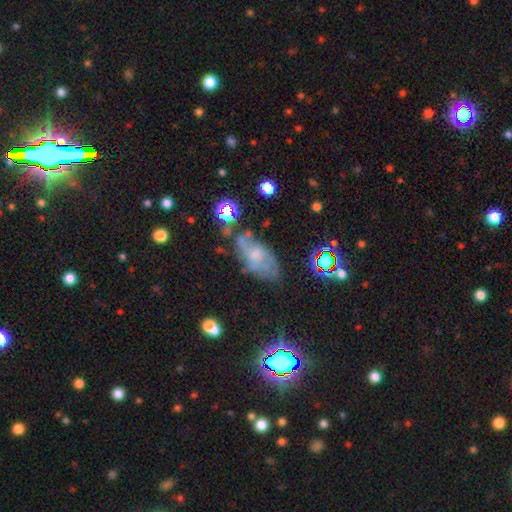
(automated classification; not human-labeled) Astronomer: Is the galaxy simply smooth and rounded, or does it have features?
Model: featured or disk — 56%.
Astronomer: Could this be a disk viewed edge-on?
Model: no — 91%.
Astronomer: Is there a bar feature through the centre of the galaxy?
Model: no — 66%.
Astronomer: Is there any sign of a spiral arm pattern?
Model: yes — 71%.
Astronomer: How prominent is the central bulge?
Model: small — 39% (runner-up: moderate, 35%).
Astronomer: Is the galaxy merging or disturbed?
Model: none — 52%.